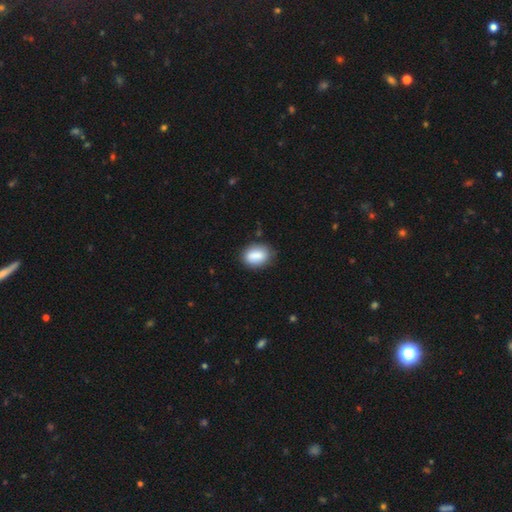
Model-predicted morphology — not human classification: Smooth or featured? Predicted: smooth (p=0.86). How rounded? Predicted: in between (p=0.80). Merging? Predicted: none (p=0.80).